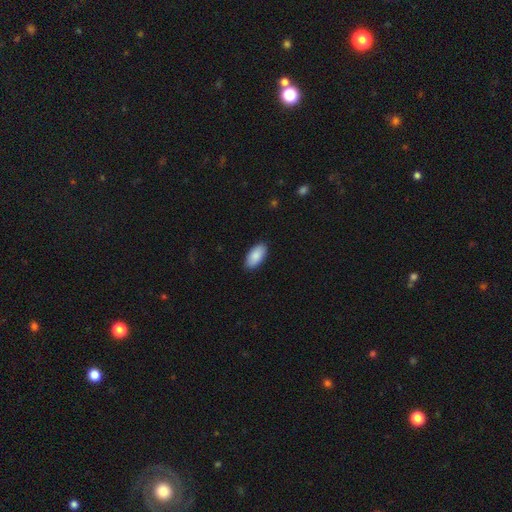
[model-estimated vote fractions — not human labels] A smooth galaxy with no disk features (88%) that is in between round and cigar-shaped (94%). Merging: none (89%).